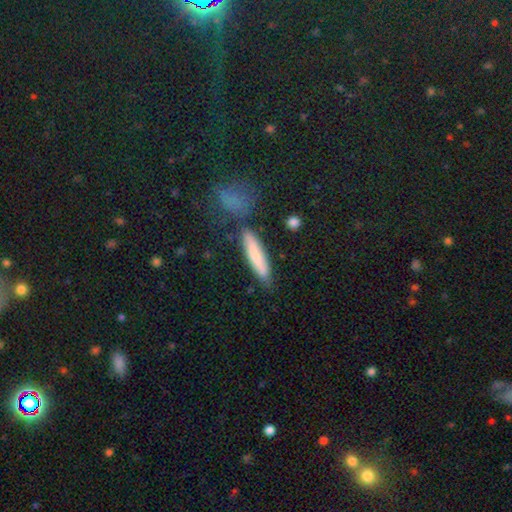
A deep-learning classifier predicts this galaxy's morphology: Q: Smooth or featured?
A: smooth (77%); runner-up: featured or disk (17%)
Q: How rounded?
A: cigar-shaped (86%); runner-up: in between (13%)
Q: Merging?
A: none (78%); runner-up: minor disturbance (13%)